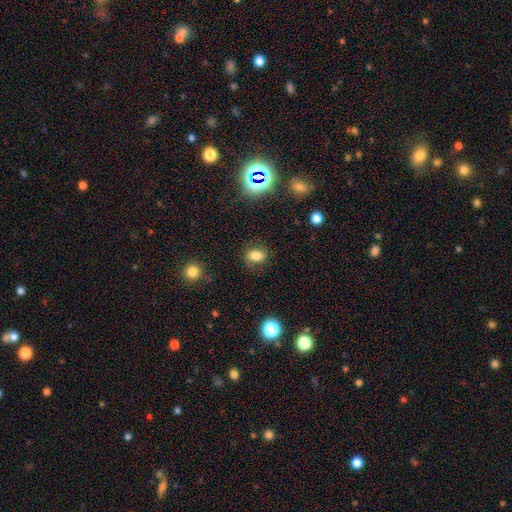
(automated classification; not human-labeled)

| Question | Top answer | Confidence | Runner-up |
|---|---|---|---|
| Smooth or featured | smooth | 71% | star or artifact (15%) |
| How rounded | in between | 65% | round (34%) |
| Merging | none | 77% | minor disturbance (15%) |